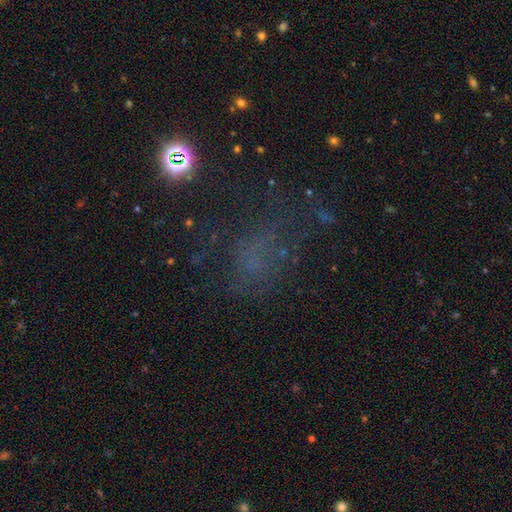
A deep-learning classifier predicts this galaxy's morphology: Smooth or featured? Predicted: smooth (p=0.39, tied with star or artifact). Merging? Predicted: none (p=0.53).